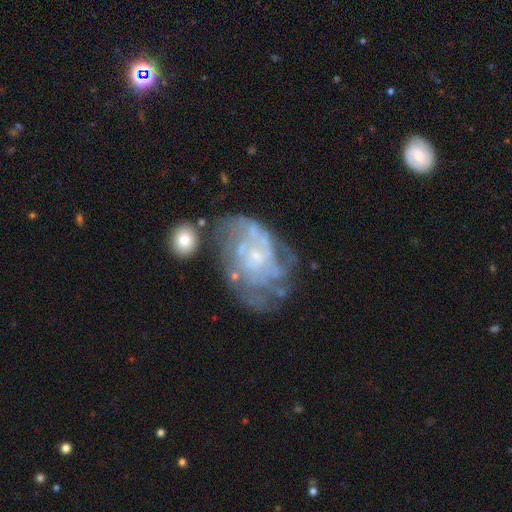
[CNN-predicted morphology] This is likely a featured or disk galaxy (78%). It is clearly not viewed edge-on (97%). Bar: likely no (78%). Spiral arm pattern: likely yes (73%). Spiral arm count: possibly can't tell (57%). Spiral winding: possibly tight (54%). Central bulge: likely small (69%). Merging: marginally none (45%).